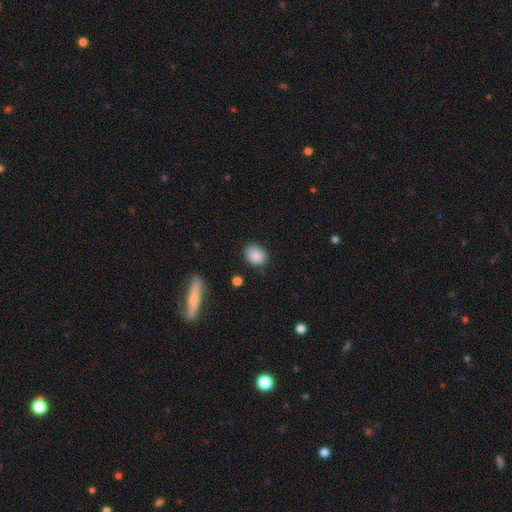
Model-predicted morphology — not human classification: The model was most divided on "how rounded": in between: 60%, round: 38%, cigar-shaped: 1%. More confident: smooth or featured — smooth (87%); merging — none (77%).